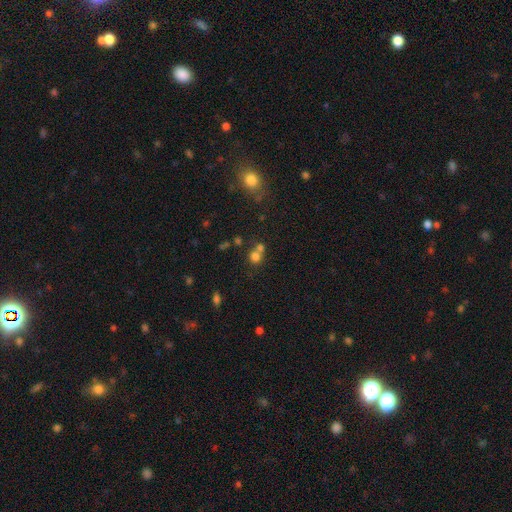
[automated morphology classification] Q: Smooth or featured?
A: smooth (72%); runner-up: star or artifact (18%)
Q: How rounded?
A: round (84%); runner-up: in between (15%)
Q: Merging?
A: none (46%); runner-up: merger (43%)